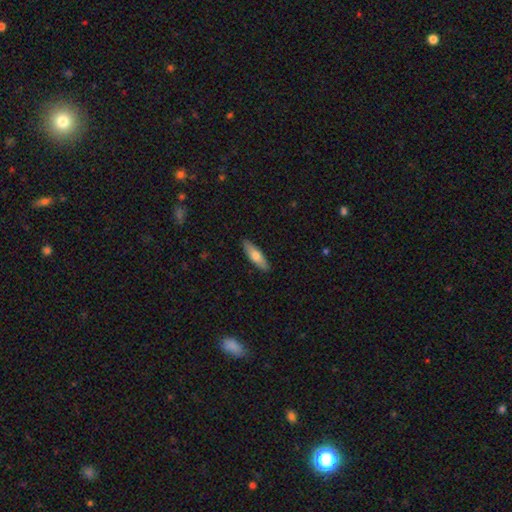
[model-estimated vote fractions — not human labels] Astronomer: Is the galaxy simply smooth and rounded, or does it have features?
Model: smooth — 65%.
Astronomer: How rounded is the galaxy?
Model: cigar-shaped — 54% (runner-up: in between, 44%).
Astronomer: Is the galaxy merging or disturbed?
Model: none — 90%.